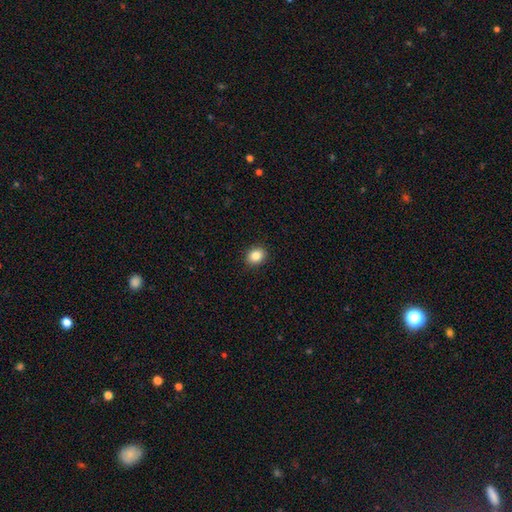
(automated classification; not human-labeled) Smooth or featured: smooth — 85% (star or artifact — 10%)
How rounded: round — 57% (in between — 42%)
Merging: none — 90% (minor disturbance — 7%)